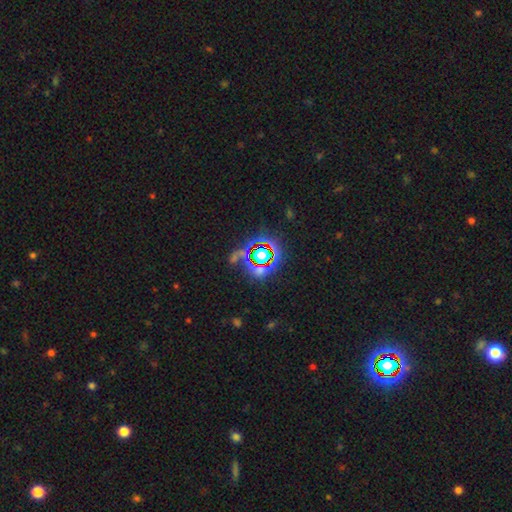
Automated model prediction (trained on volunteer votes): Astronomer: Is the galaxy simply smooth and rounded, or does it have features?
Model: star or artifact — 77%.